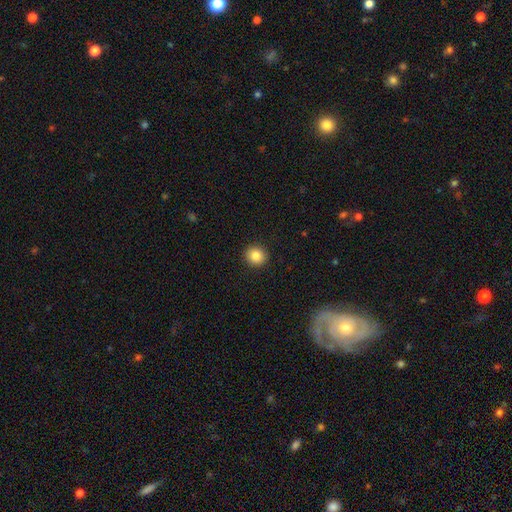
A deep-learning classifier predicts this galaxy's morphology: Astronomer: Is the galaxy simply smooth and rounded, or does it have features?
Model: smooth — 85%.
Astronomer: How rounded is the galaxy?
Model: round — 87%.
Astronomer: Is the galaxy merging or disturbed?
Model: none — 92%.